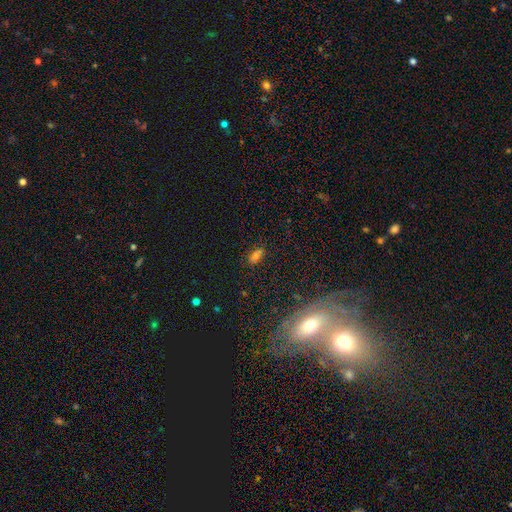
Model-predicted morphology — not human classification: Smooth or featured? smooth (59%)
How rounded? in between (80%)
Merging? none (77%)